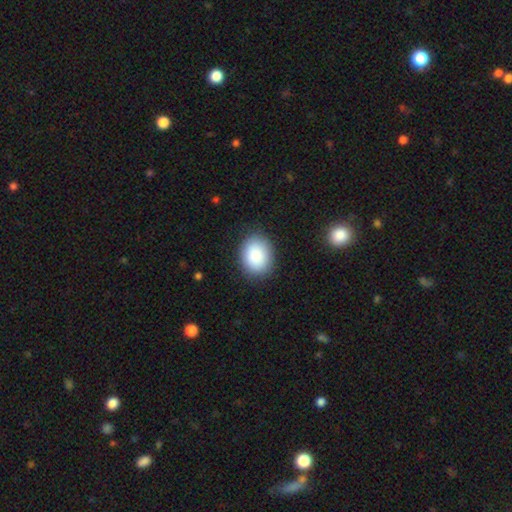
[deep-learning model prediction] Q: Smooth or featured?
A: smooth (87%); runner-up: star or artifact (7%)
Q: How rounded?
A: in between (56%); runner-up: round (43%)
Q: Merging?
A: none (87%); runner-up: minor disturbance (9%)